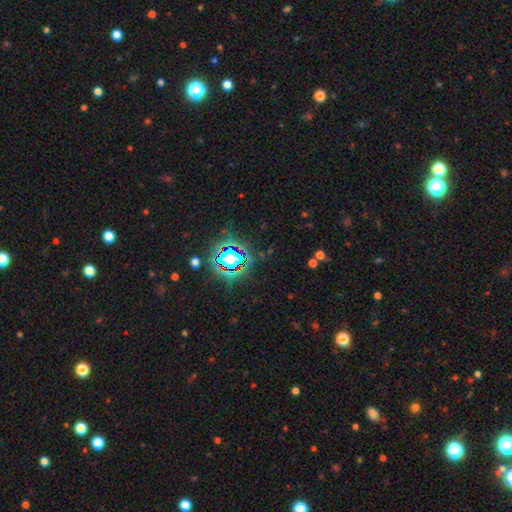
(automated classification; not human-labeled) Overall: star or artifact (82%).